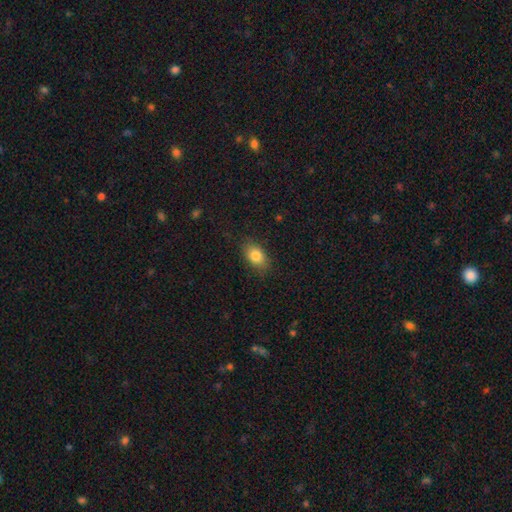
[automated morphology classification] smooth-or-featured: smooth: 83% | featured or disk: 9% | star or artifact: 9%
  how-rounded: in between: 83% | round: 14% | cigar-shaped: 3%
  merging: none: 82% | minor disturbance: 14% | major disturbance: 3% | merger: 1%